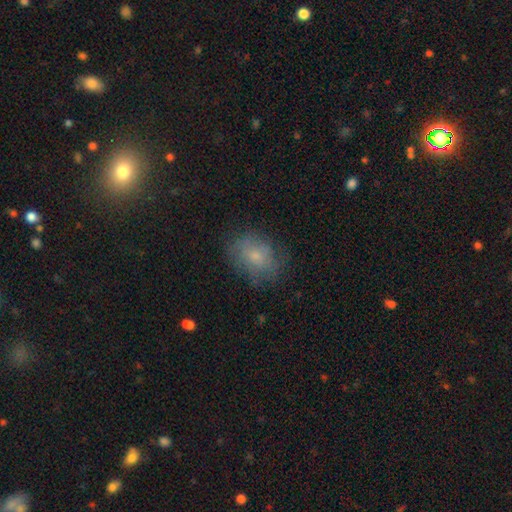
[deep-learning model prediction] Smooth or featured? smooth (67%)
How rounded? in between (61%)
Merging? none (70%)